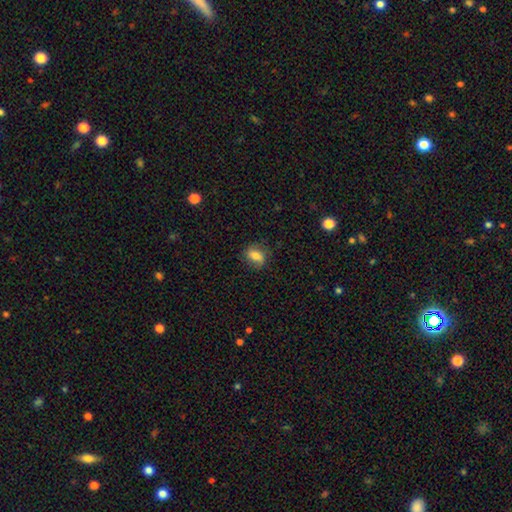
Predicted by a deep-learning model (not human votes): A smooth galaxy with no disk features (65%) that is in between round and cigar-shaped (63%).

Vote fractions:
- Smooth or featured? smooth: 65% / featured or disk: 25% / star or artifact: 9%
- How rounded? in between: 63% / round: 34% / cigar-shaped: 3%
- Merging? none: 75% / minor disturbance: 18% / major disturbance: 6% / merger: 1%